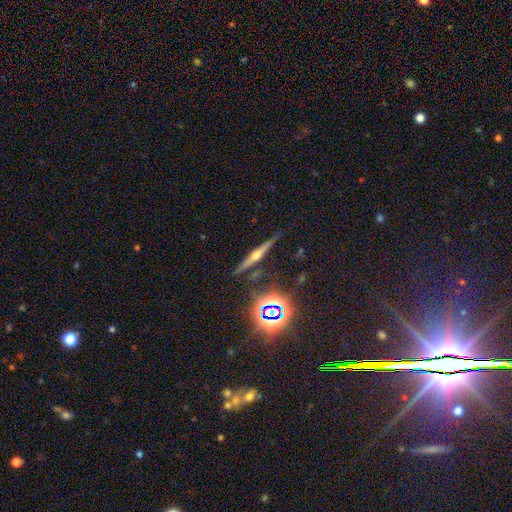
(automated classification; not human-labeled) The model was most divided on "smooth or featured": featured or disk: 64%, smooth: 19%, star or artifact: 16%. More confident: edge-on disk — yes (96%); edge-on bulge — rounded (90%); merging — none (84%).